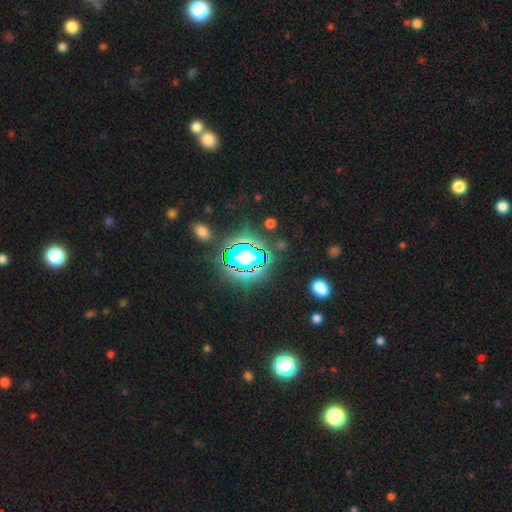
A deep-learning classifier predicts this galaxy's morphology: This is clearly a star or artifact rather than a galaxy (80%).